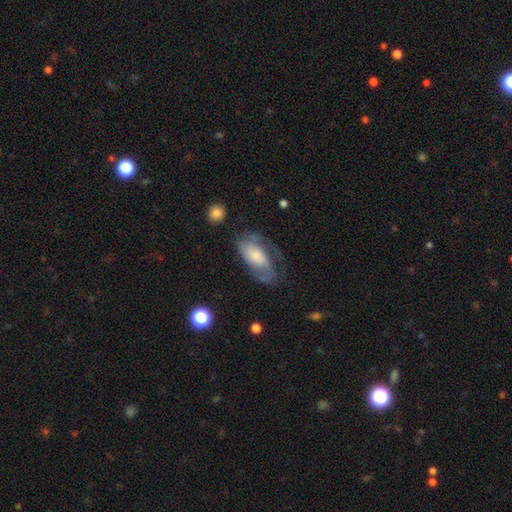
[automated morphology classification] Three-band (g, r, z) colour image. It shows a featured or disk galaxy (57%) with no bar (68%), spiral arms (82%) and a small central bulge (37%). Merging: none (47%).